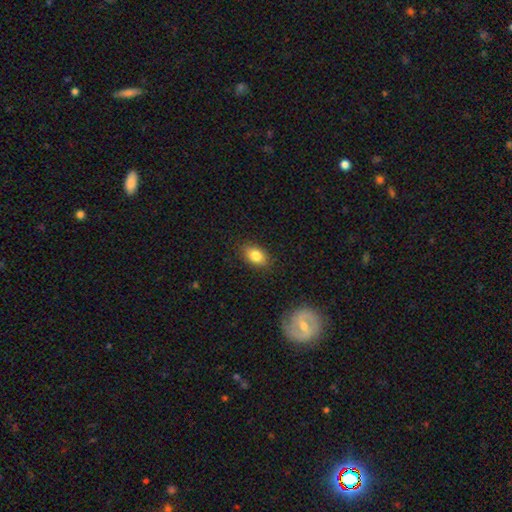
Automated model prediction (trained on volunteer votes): Smooth or featured: smooth — 82% (featured or disk — 9%)
How rounded: in between — 83% (round — 15%)
Merging: none — 86% (minor disturbance — 10%)